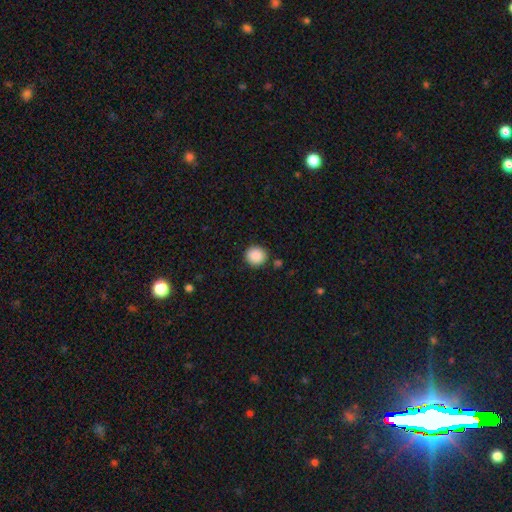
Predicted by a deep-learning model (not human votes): Smooth or featured? smooth (89%)
How rounded? round (92%)
Merging? none (88%)